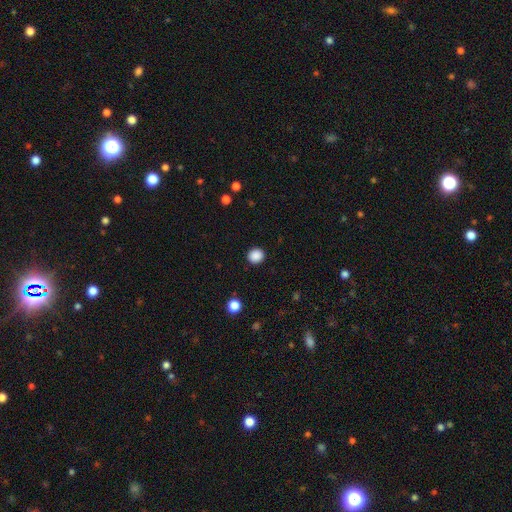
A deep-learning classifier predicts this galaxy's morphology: This is clearly a smooth galaxy (88%). How rounded: clearly round (87%). Merging: clearly none (92%).